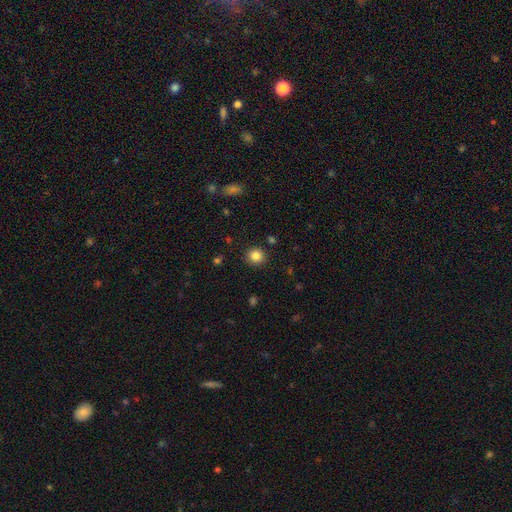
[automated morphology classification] Smooth or featured?
  - smooth: 84% *
  - star or artifact: 11%
  - featured or disk: 5%
How rounded?
  - round: 92% *
  - in between: 8%
  - cigar-shaped: 1%
Merging?
  - none: 90% *
  - minor disturbance: 6%
  - major disturbance: 2%
  - merger: 1%